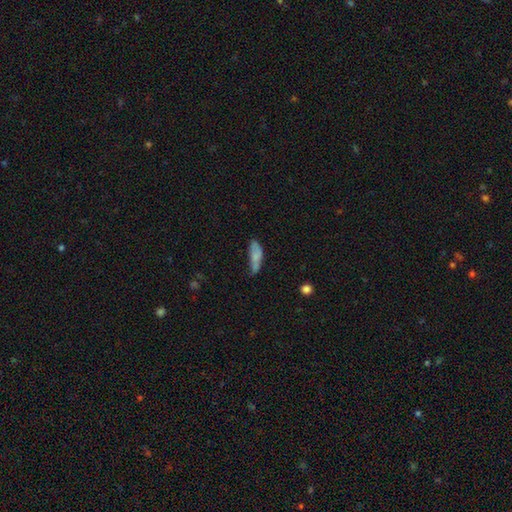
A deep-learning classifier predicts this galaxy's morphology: The model was most divided on "merging": minor disturbance: 37%, none: 36%, major disturbance: 18%, merger: 8%. More confident: smooth or featured — smooth (71%); how rounded — in between (58%).